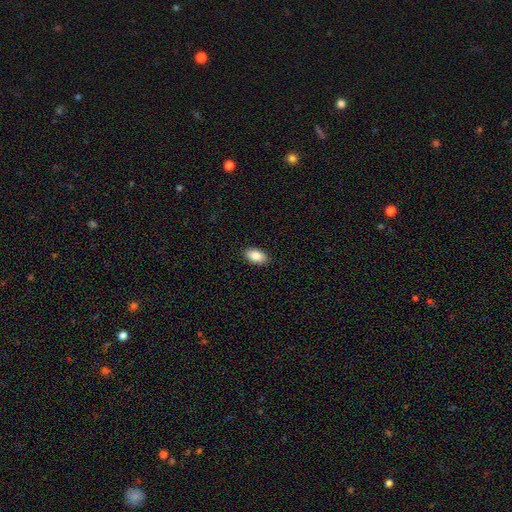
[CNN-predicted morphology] A smooth galaxy with no disk features (88%) that is in between round and cigar-shaped (93%). Merging: none (89%).